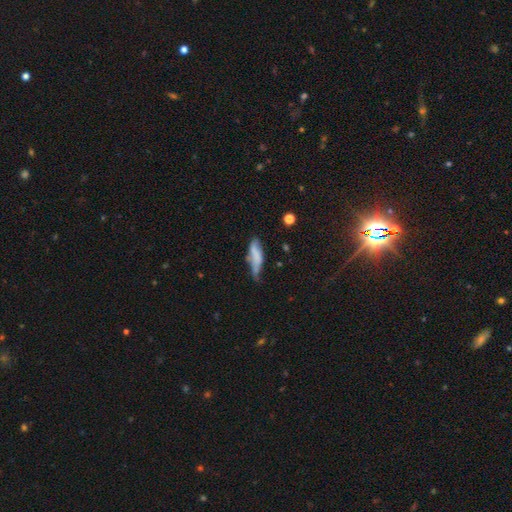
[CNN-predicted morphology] Smooth or featured?
  - smooth: 64% *
  - featured or disk: 27%
  - star or artifact: 9%
How rounded?
  - cigar-shaped: 49% *
  - in between: 48%
  - round: 2%
Merging?
  - minor disturbance: 38% *
  - none: 35%
  - major disturbance: 19%
  - merger: 8%